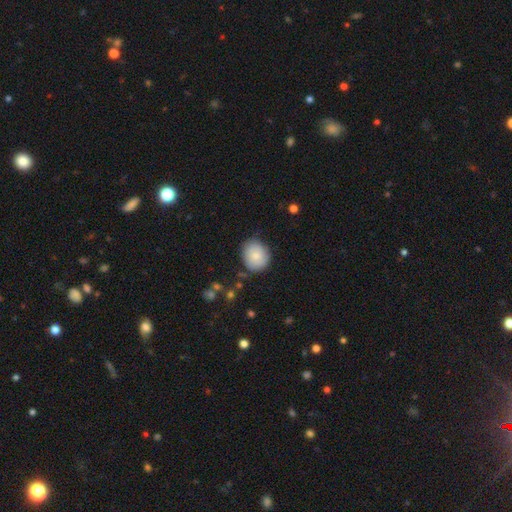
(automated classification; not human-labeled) This is clearly a smooth galaxy (80%). How rounded: likely round (75%). Merging: likely none (77%).